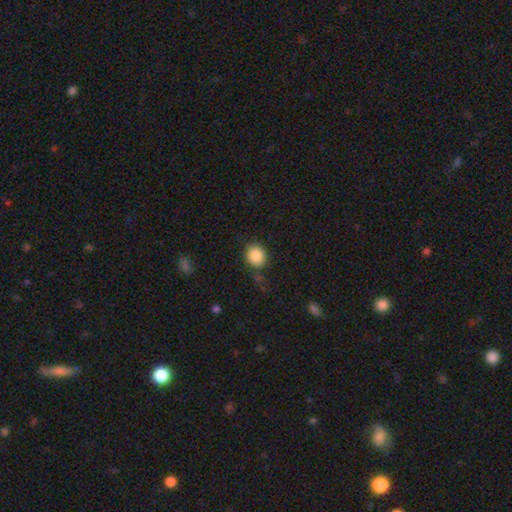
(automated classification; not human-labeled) A smooth galaxy with no disk features (87%) that is round (74%). Merging: none (74%).